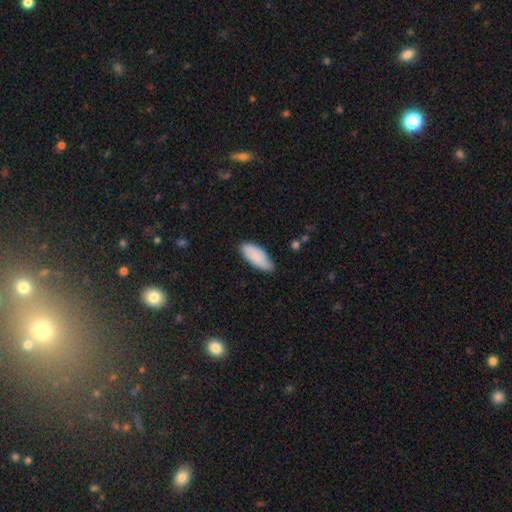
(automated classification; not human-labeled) Overall: smooth (84%). How rounded: in between (84%). Merging: none (63%; minor disturbance 31%).